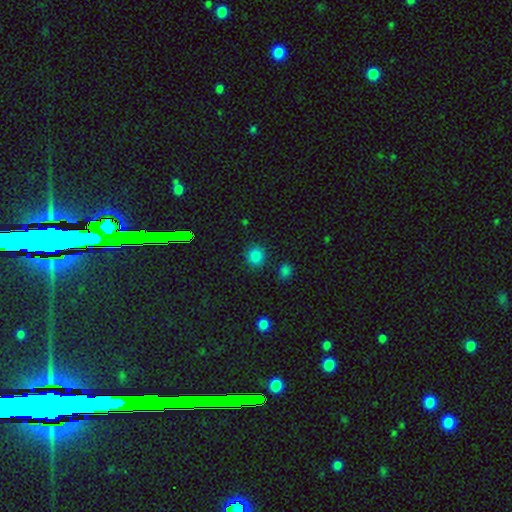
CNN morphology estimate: Smooth or featured?
  - smooth: 82% *
  - star or artifact: 14%
  - featured or disk: 4%
How rounded?
  - round: 86% *
  - in between: 13%
  - cigar-shaped: 1%
Merging?
  - none: 86% *
  - minor disturbance: 8%
  - major disturbance: 3%
  - merger: 3%